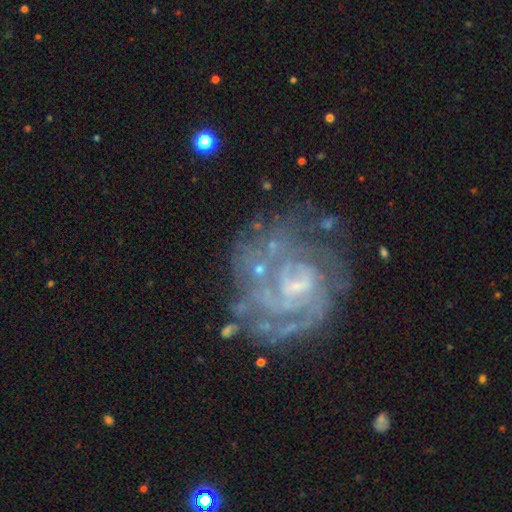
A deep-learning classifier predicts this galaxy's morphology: This appears to be a featured or disk galaxy (78%) with a weak bar (44%), tight (57%) spiral arms (80%) and a small central bulge (46%). Merging: none (61%).